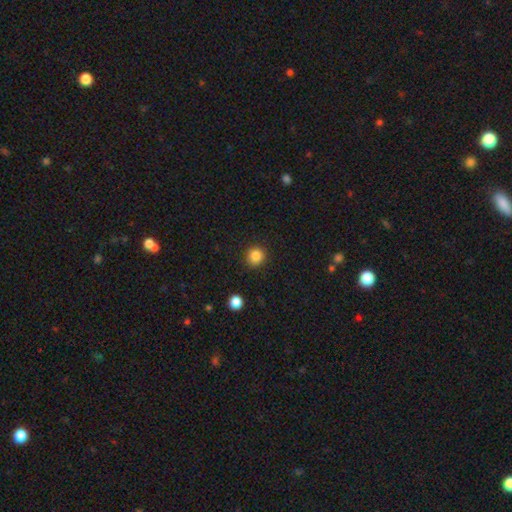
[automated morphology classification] type=smooth (85%); roundness=round (90%); merging=none (90%).